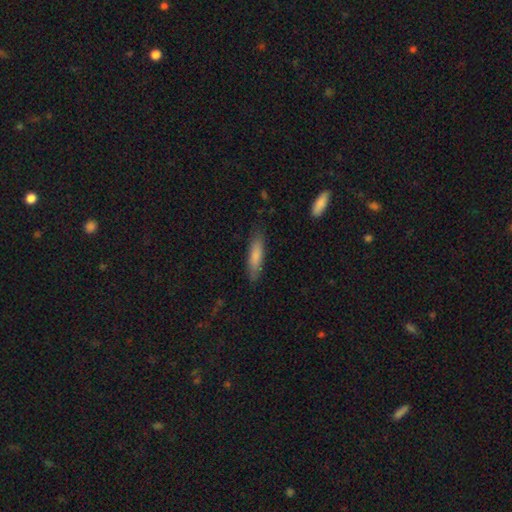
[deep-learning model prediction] Smooth or featured: smooth — 80% (featured or disk — 14%)
How rounded: cigar-shaped — 74% (in between — 25%)
Merging: none — 83% (minor disturbance — 13%)